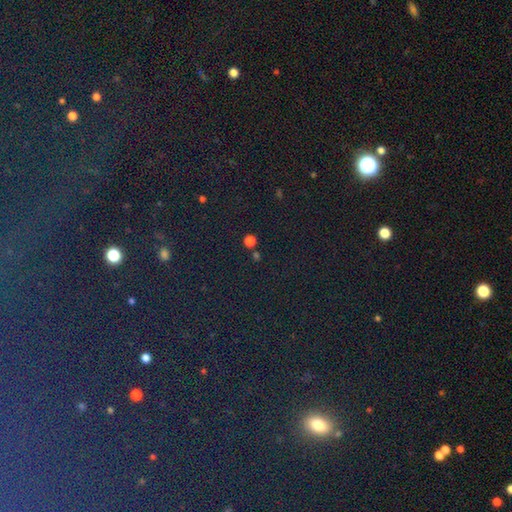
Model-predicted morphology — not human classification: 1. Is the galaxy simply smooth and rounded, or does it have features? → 79% star or artifact, 13% smooth, 8% featured or disk.